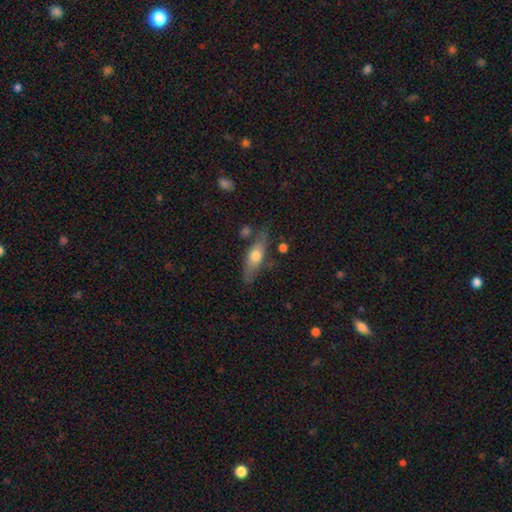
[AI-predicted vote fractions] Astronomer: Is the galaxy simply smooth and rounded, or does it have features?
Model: smooth — 54% (runner-up: featured or disk, 40%).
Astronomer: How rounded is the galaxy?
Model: cigar-shaped — 50% (runner-up: in between, 46%).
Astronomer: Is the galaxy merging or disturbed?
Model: none — 72%.